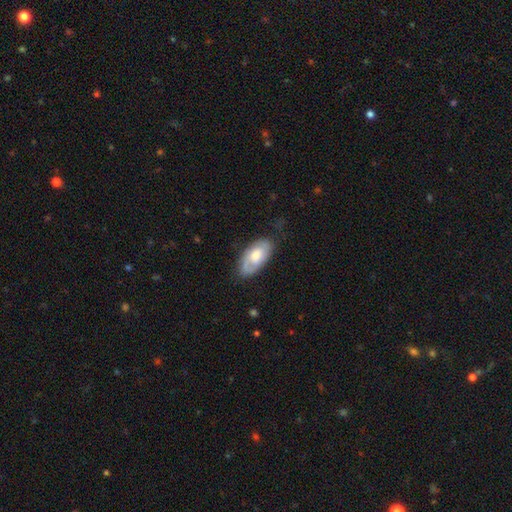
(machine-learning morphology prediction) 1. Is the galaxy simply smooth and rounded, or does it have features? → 51% smooth, 43% featured or disk, 6% star or artifact.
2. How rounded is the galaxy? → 93% in between, 4% cigar-shaped, 3% round.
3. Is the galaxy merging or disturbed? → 70% none, 22% minor disturbance, 6% major disturbance, 2% merger.